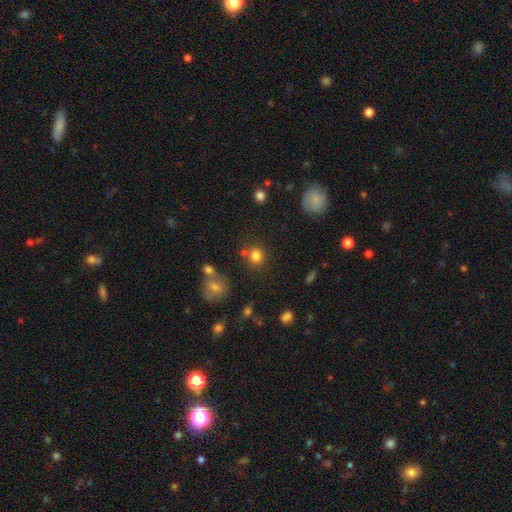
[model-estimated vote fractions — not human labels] Q: Smooth or featured?
A: smooth (80%); runner-up: star or artifact (13%)
Q: How rounded?
A: round (87%); runner-up: in between (12%)
Q: Merging?
A: none (74%); runner-up: merger (11%)